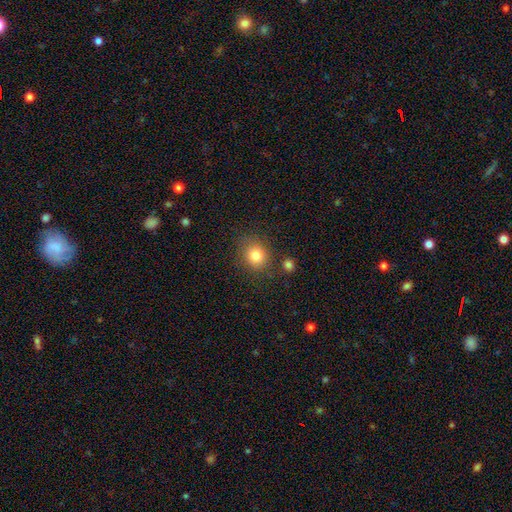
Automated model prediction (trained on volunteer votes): Smooth or featured? Predicted: smooth (p=0.82). How rounded? Predicted: round (p=0.77). Merging? Predicted: none (p=0.79).